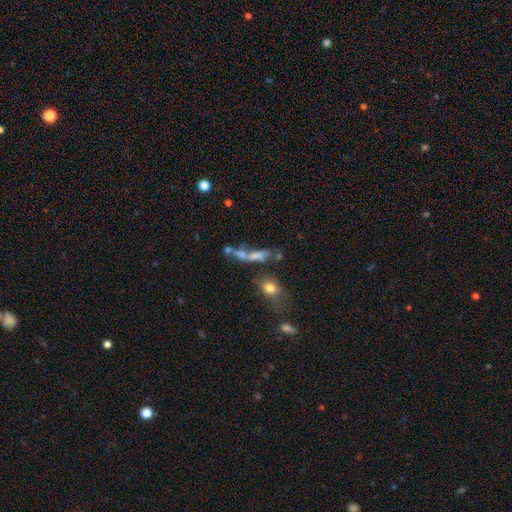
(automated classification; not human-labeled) Q: Smooth or featured?
A: smooth (56%); runner-up: featured or disk (29%)
Q: How rounded?
A: cigar-shaped (51%); runner-up: in between (41%)
Q: Merging?
A: merger (43%); runner-up: none (30%)